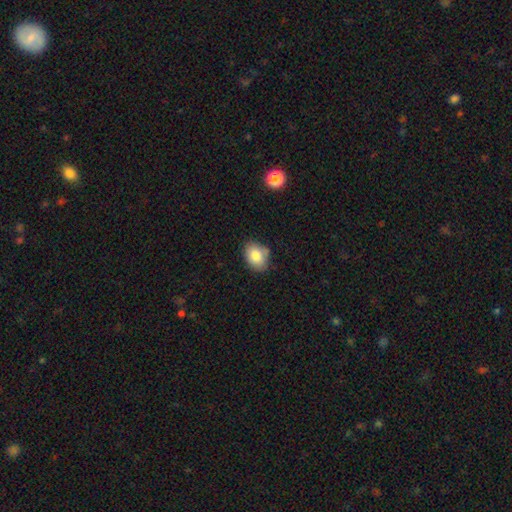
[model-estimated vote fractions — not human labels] The model was most divided on "how rounded": in between: 74%, round: 25%, cigar-shaped: 1%. More confident: smooth or featured — smooth (82%); merging — none (74%).